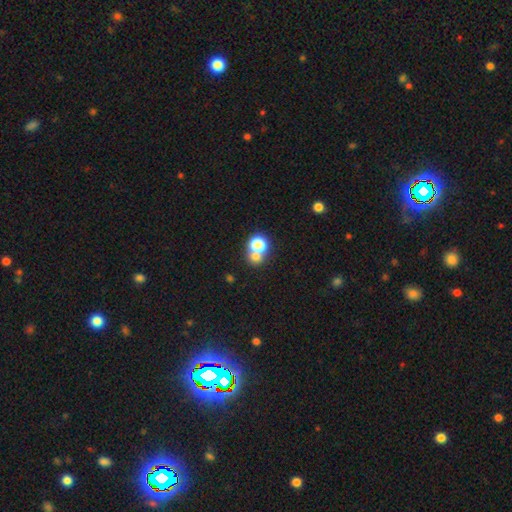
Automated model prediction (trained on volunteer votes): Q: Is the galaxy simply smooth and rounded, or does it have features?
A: smooth — 71%.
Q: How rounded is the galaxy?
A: round — 77%.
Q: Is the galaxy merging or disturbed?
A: merger — 52%.